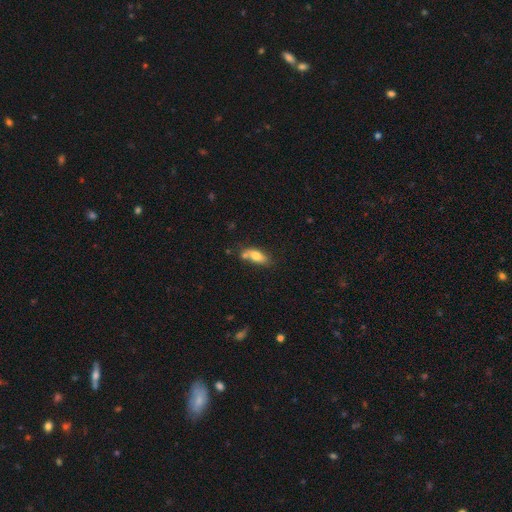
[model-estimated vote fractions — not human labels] Smooth or featured?
  - smooth: 73% *
  - featured or disk: 19%
  - star or artifact: 8%
How rounded?
  - in between: 77% *
  - cigar-shaped: 18%
  - round: 4%
Merging?
  - none: 47% *
  - merger: 26%
  - minor disturbance: 20%
  - major disturbance: 7%